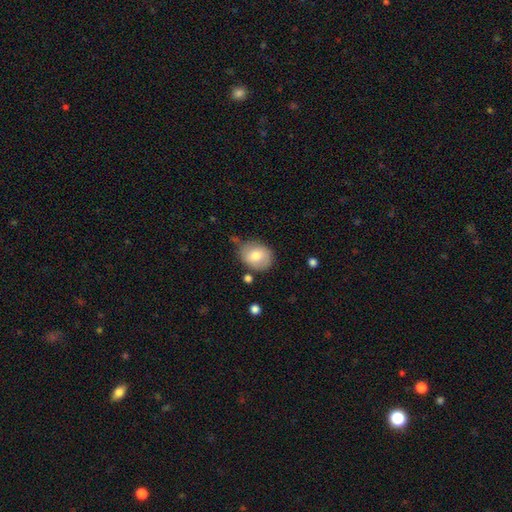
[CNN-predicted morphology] Smooth or featured? Predicted: smooth (p=0.75). How rounded? Predicted: round (p=0.58). Merging? Predicted: none (p=0.68).